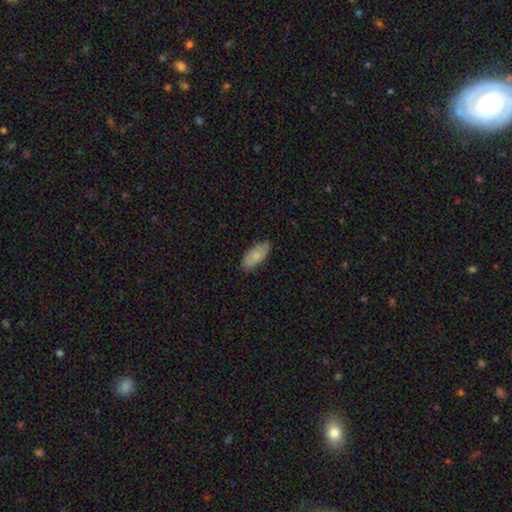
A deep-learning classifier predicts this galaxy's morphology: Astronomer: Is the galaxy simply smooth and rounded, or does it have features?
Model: smooth — 79%.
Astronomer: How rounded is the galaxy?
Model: in between — 85%.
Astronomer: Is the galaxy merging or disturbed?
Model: none — 84%.